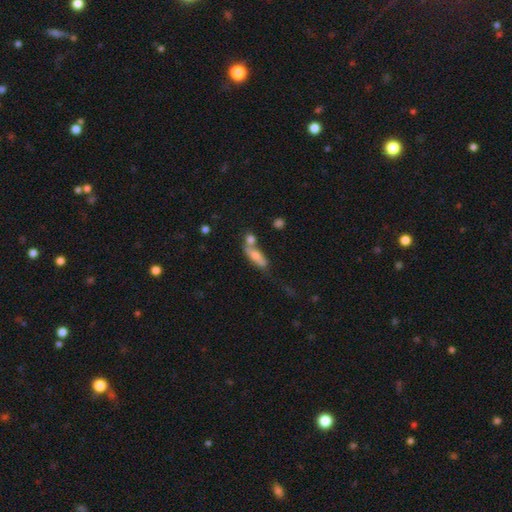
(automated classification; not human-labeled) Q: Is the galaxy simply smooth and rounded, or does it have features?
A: smooth — 69%.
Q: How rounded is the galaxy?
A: in between — 54%.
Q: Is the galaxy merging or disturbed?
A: merger — 43%.